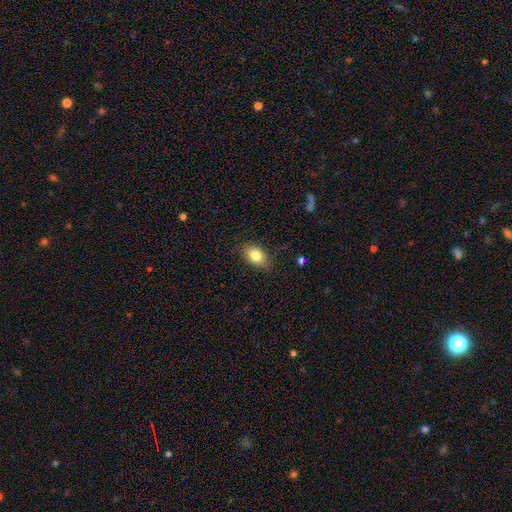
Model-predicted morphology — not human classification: This appears to be a smooth galaxy with no disk features (82%) that is in between round and cigar-shaped (87%). Merging: none (84%).